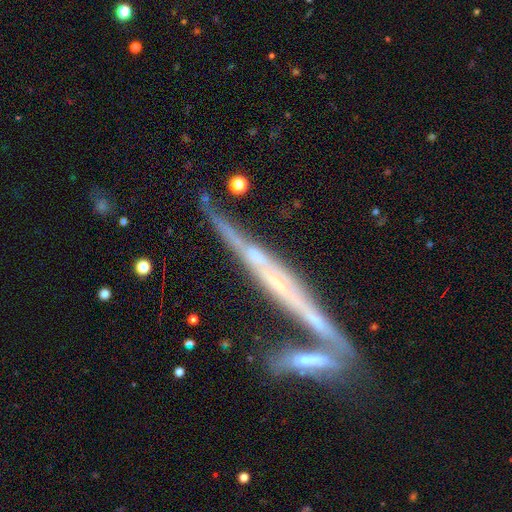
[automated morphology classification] This appears to be a featured or disk galaxy (54%) viewed edge-on (86%). Merging: none (73%).